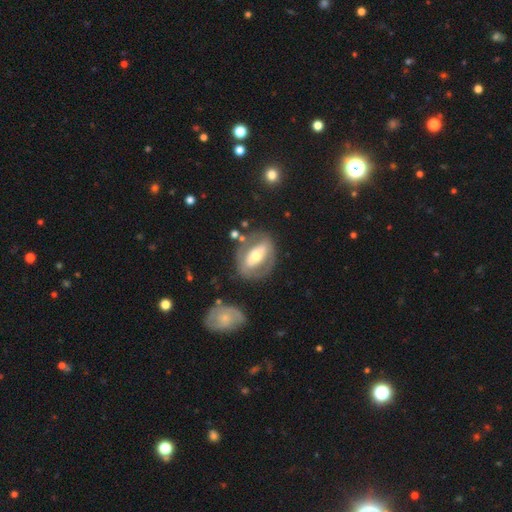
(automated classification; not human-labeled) Smooth or featured?
  - featured or disk: 62% *
  - smooth: 33%
  - star or artifact: 5%
Edge-on disk?
  - no: 90% *
  - yes: 10%
Bar?
  - strong: 46% *
  - no: 30%
  - weak: 24%
Spiral arms?
  - no: 66% *
  - yes: 34%
Bulge size?
  - moderate: 65% *
  - small: 19%
  - large: 13%
  - dominant: 2%
  - none: 1%
Merging?
  - none: 70% *
  - minor disturbance: 15%
  - major disturbance: 8%
  - merger: 6%